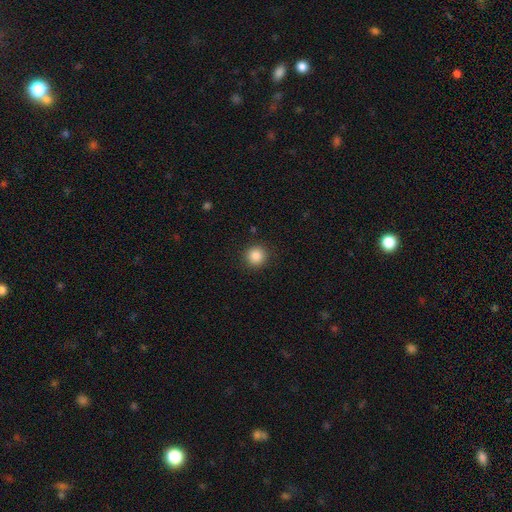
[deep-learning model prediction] A smooth galaxy with no disk features (86%) that is round (94%).

Vote fractions:
- Smooth or featured? smooth: 86% / star or artifact: 10% / featured or disk: 4%
- How rounded? round: 94% / in between: 5% / cigar-shaped: 1%
- Merging? none: 91% / minor disturbance: 6% / major disturbance: 2% / merger: 1%